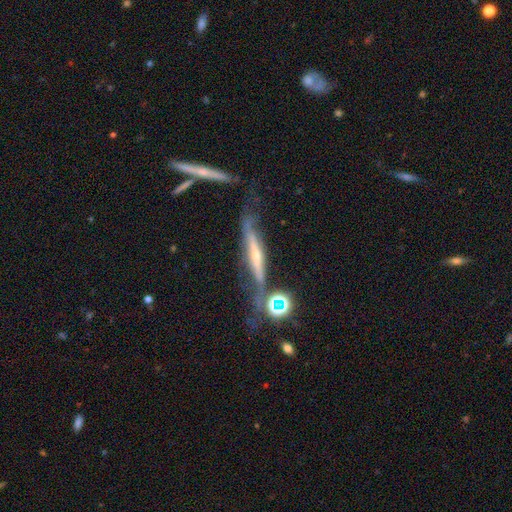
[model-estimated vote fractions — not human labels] smooth-or-featured: featured or disk: 72% | smooth: 18% | star or artifact: 10%
  disk-edge-on: yes: 82% | no: 18%
    edge-on-bulge: rounded: 55% | none: 32% | boxy: 13%
  merging: none: 49% | minor disturbance: 25% | major disturbance: 16% | merger: 9%